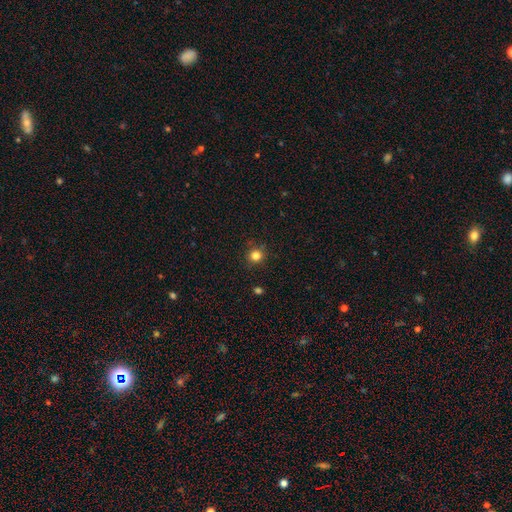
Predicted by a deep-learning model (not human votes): A smooth galaxy with no disk features (82%) that is round (91%).

Vote fractions:
- Smooth or featured? smooth: 82% / star or artifact: 13% / featured or disk: 4%
- How rounded? round: 91% / in between: 8% / cigar-shaped: 1%
- Merging? none: 88% / minor disturbance: 8% / major disturbance: 2% / merger: 2%